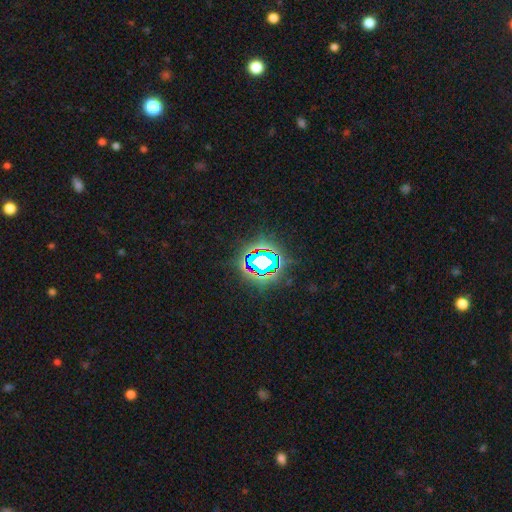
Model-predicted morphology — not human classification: Smooth or featured?
  - star or artifact: 75% *
  - smooth: 14%
  - featured or disk: 11%